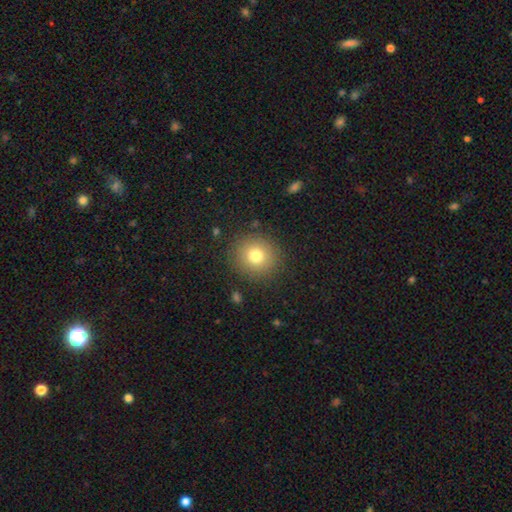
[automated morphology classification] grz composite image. It shows a smooth galaxy with no disk features (76%) that is round (91%). Merging: none (88%).